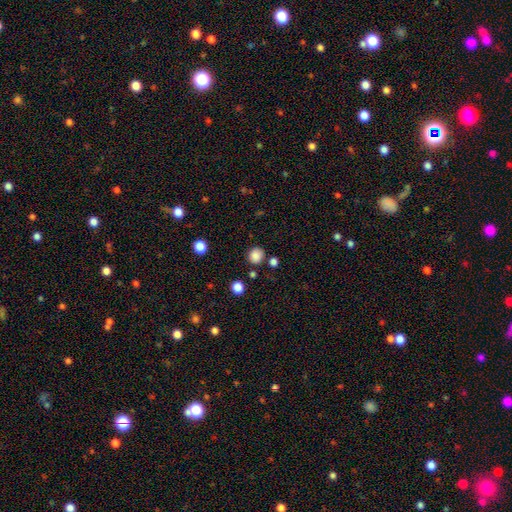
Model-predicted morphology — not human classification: Smooth or featured? Predicted: smooth (p=0.85). How rounded? Predicted: round (p=0.83). Merging? Predicted: none (p=0.83).